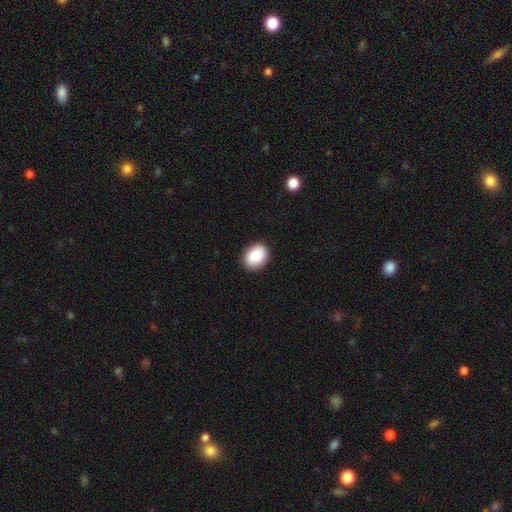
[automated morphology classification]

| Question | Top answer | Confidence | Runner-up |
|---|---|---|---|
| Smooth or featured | smooth | 89% | star or artifact (7%) |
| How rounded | in between | 66% | round (33%) |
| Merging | none | 88% | minor disturbance (9%) |